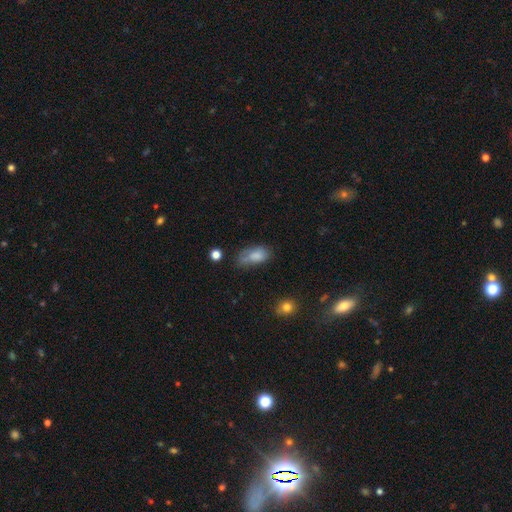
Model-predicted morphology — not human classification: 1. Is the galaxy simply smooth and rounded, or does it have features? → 76% smooth, 15% featured or disk, 10% star or artifact.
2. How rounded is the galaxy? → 89% in between, 6% cigar-shaped, 5% round.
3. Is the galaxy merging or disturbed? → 43% none, 32% minor disturbance, 18% major disturbance, 7% merger.